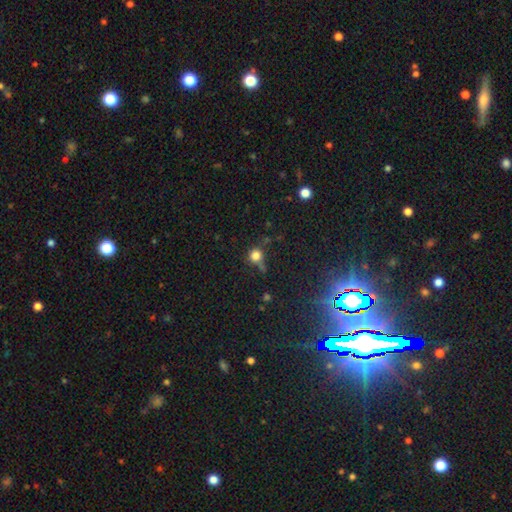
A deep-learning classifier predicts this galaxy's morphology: smooth-or-featured: smooth: 78% | star or artifact: 15% | featured or disk: 7%
  how-rounded: round: 90% | in between: 8% | cigar-shaped: 1%
  merging: none: 59% | minor disturbance: 20% | merger: 12% | major disturbance: 9%